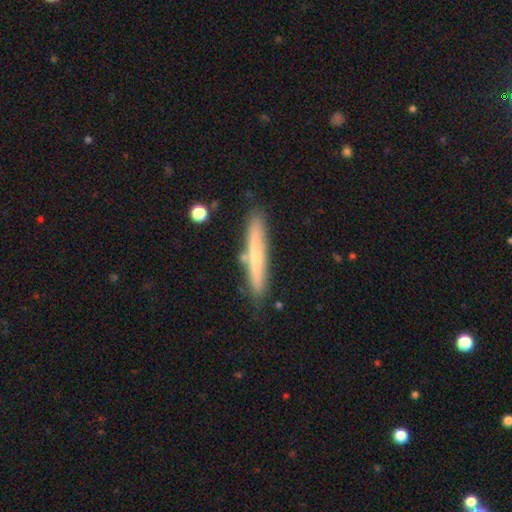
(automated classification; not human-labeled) Smooth or featured: smooth — 54% (featured or disk — 40%)
How rounded: cigar-shaped — 94% (in between — 5%)
Merging: none — 81% (minor disturbance — 12%)